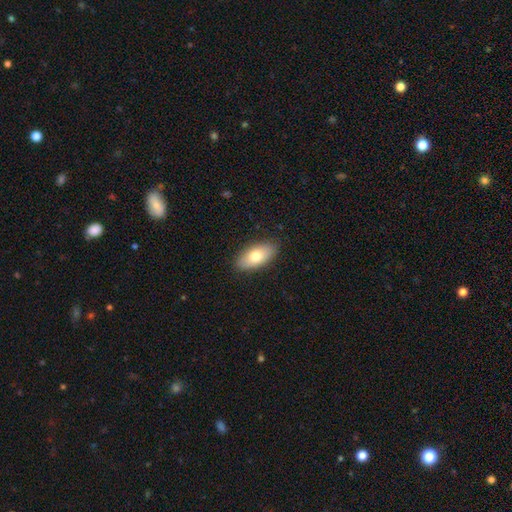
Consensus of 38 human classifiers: Smooth or featured?
  - smooth: 84% *
  - featured or disk: 16%
  - star or artifact: 0%
How rounded?
  - in between: 91% *
  - cigar-shaped: 6%
  - round: 3%
Merging?
  - none: 89% *
  - minor disturbance: 8%
  - major disturbance: 3%
  - merger: 0%